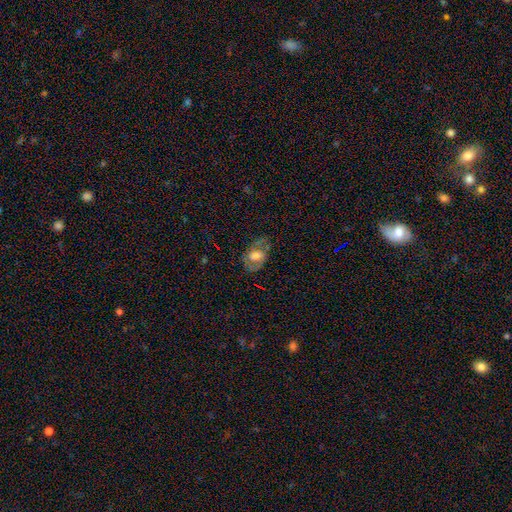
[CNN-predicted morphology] This appears to be a featured or disk galaxy (47%). Merging: none (63%).